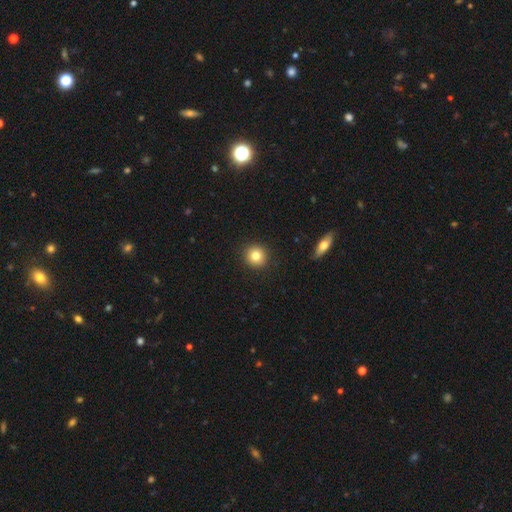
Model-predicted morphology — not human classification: A smooth galaxy with no disk features (82%) that is round (92%).

Vote fractions:
- Smooth or featured? smooth: 82% / star or artifact: 10% / featured or disk: 8%
- How rounded? round: 92% / in between: 7% / cigar-shaped: 1%
- Merging? none: 91% / minor disturbance: 6% / major disturbance: 2% / merger: 1%